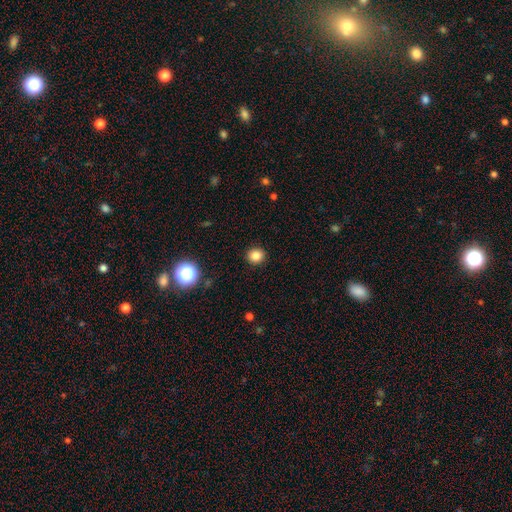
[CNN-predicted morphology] A smooth galaxy with no disk features (84%) that is round (86%).

Vote fractions:
- Smooth or featured? smooth: 84% / star or artifact: 12% / featured or disk: 4%
- How rounded? round: 86% / in between: 13% / cigar-shaped: 1%
- Merging? none: 92% / minor disturbance: 5% / major disturbance: 2% / merger: 1%